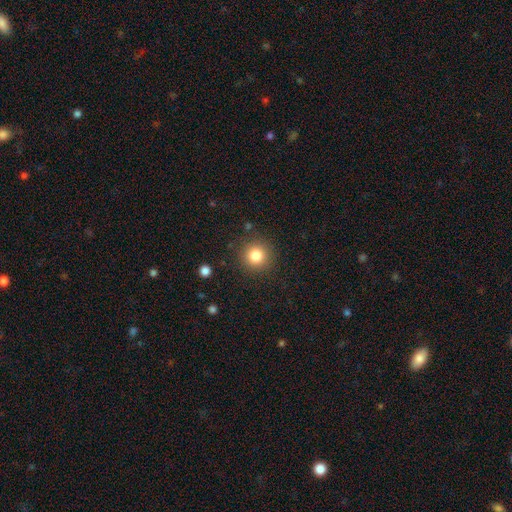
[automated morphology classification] This appears to be a smooth galaxy with no disk features (82%) that is round (94%). Merging: none (88%).